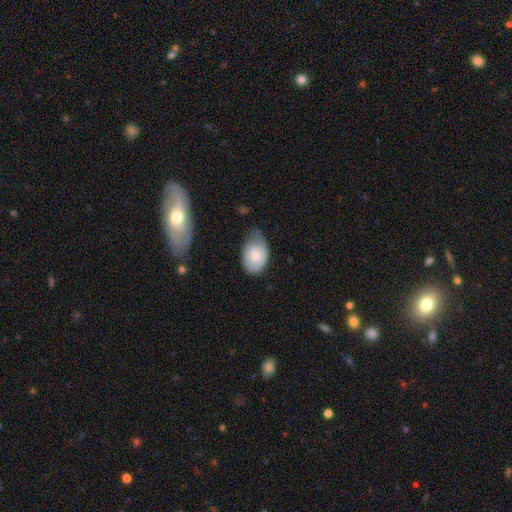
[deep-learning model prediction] Smooth or featured? Predicted: smooth (p=0.78). How rounded? Predicted: in between (p=0.85). Merging? Predicted: minor disturbance (p=0.45).